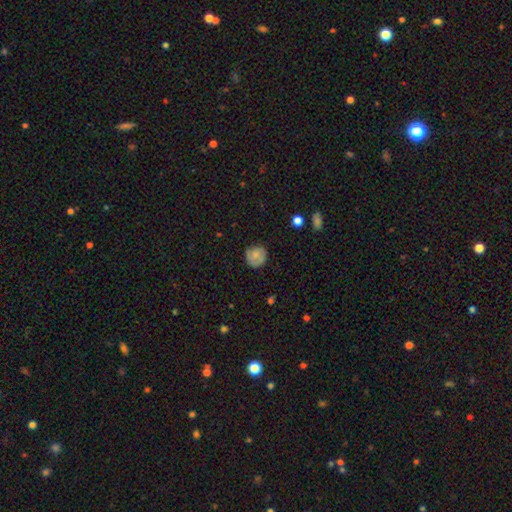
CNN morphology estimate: Smooth or featured? smooth (77%)
How rounded? round (90%)
Merging? none (77%)